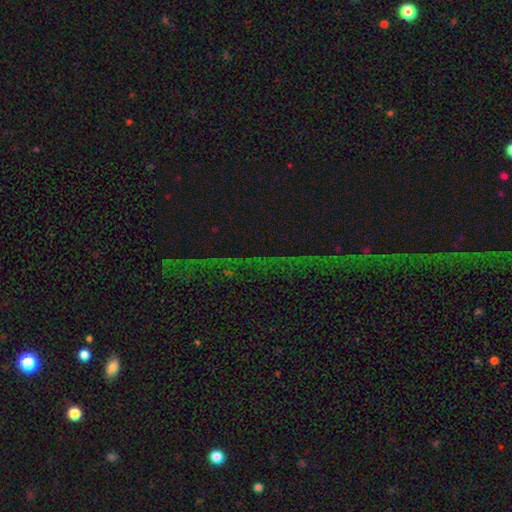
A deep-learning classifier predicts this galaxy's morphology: Smooth or featured?
  - star or artifact: 76% *
  - featured or disk: 14%
  - smooth: 10%